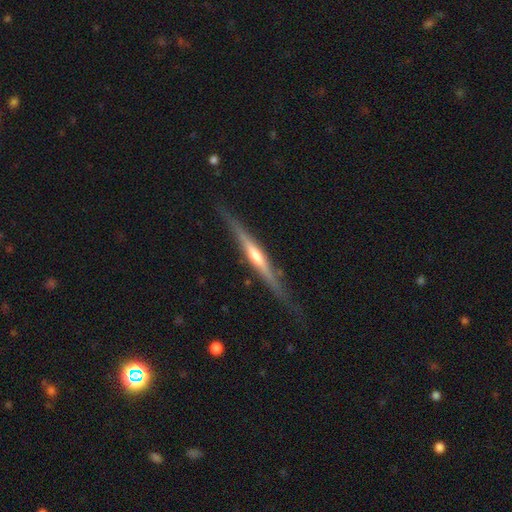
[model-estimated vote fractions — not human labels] Smooth or featured?
  - featured or disk: 73% *
  - smooth: 22%
  - star or artifact: 5%
Edge-on disk?
  - yes: 97% *
  - no: 3%
Edge-on bulge?
  - rounded: 62% *
  - none: 26%
  - boxy: 12%
Merging?
  - none: 81% *
  - minor disturbance: 15%
  - major disturbance: 3%
  - merger: 2%